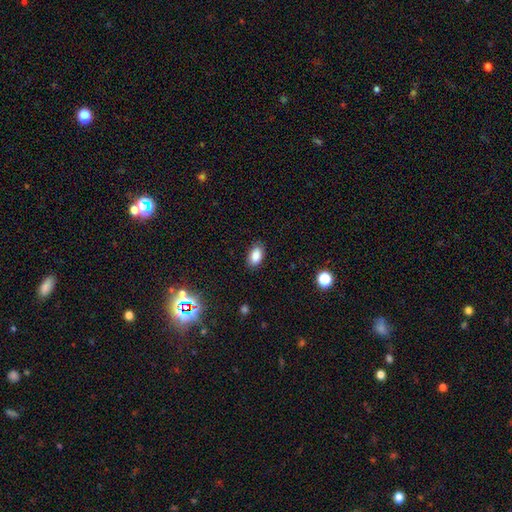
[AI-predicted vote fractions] Morphology: type=smooth (85%); roundness=in between (92%); merging=none (86%).